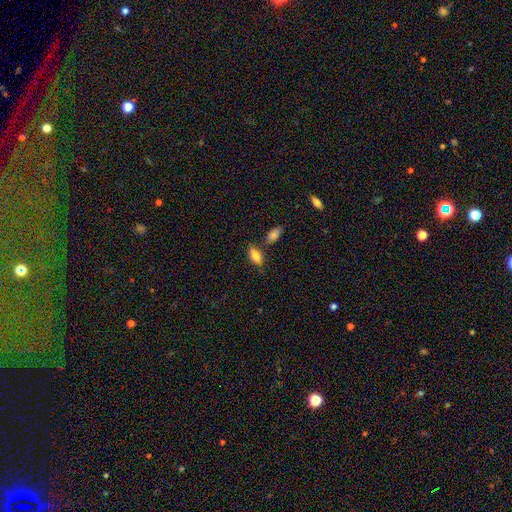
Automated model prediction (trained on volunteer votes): Smooth or featured? smooth (76%)
How rounded? in between (84%)
Merging? none (68%)